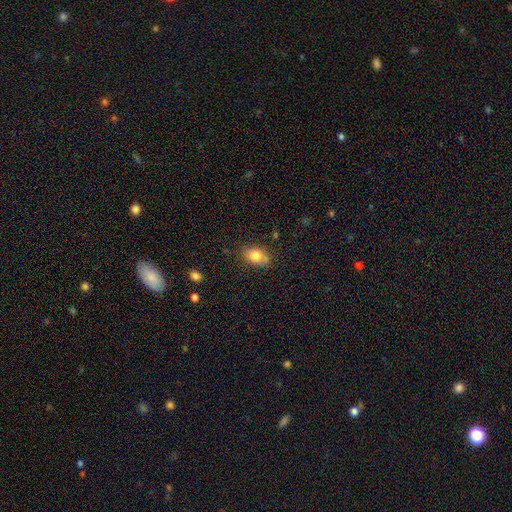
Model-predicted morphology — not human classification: Smooth or featured: smooth — 81% (featured or disk — 10%)
How rounded: in between — 79% (round — 19%)
Merging: none — 73% (minor disturbance — 18%)